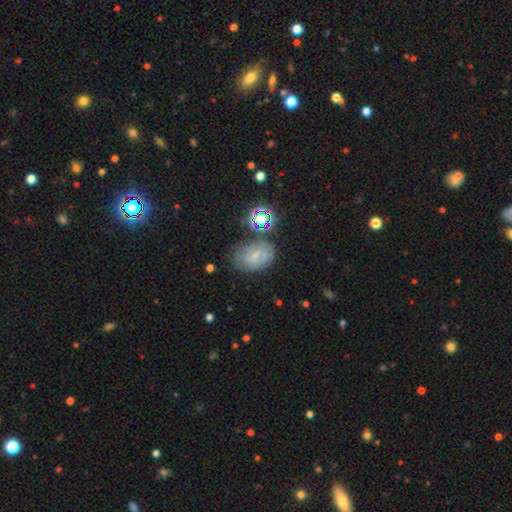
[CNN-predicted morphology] Smooth or featured: featured or disk — 47% (smooth — 36%)
Merging: none — 66% (minor disturbance — 20%)